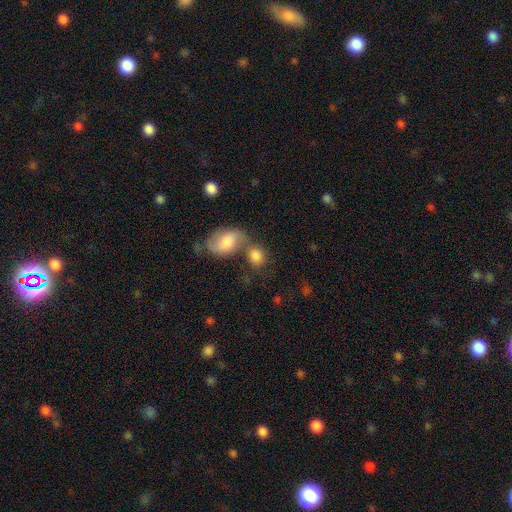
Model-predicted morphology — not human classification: Smooth or featured? Predicted: smooth (p=0.76). How rounded? Predicted: in between (p=0.53). Merging? Predicted: merger (p=0.46).